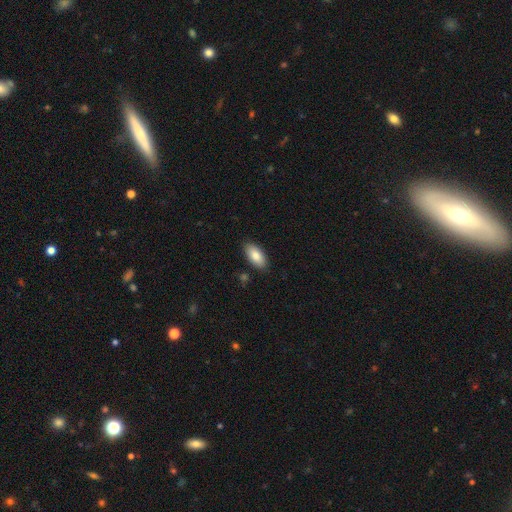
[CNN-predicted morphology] smooth_or_featured: smooth (p=0.85) [alt: featured or disk p=0.09]
how_rounded: in between (p=0.92) [alt: cigar-shaped p=0.06]
merging: none (p=0.87) [alt: minor disturbance p=0.10]